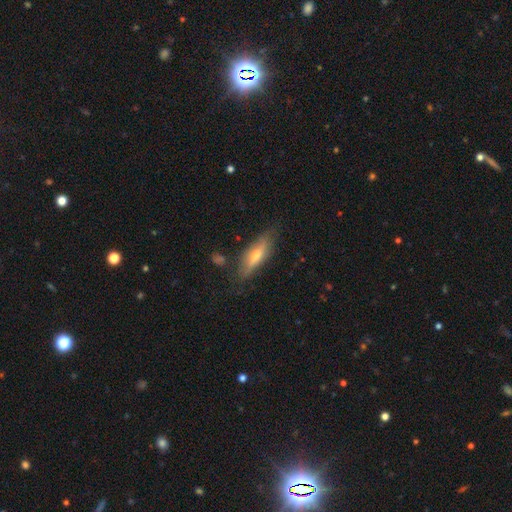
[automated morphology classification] smooth 51%, featured or disk 42%, star or artifact 7%. Down the decision tree: how rounded — cigar-shaped (57%); merging — none (77%).